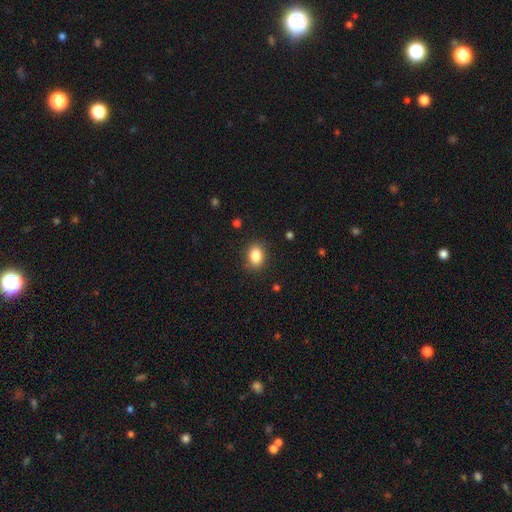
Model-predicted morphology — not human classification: Smooth or featured: smooth — 86% (star or artifact — 9%)
How rounded: in between — 74% (round — 25%)
Merging: none — 86% (minor disturbance — 10%)